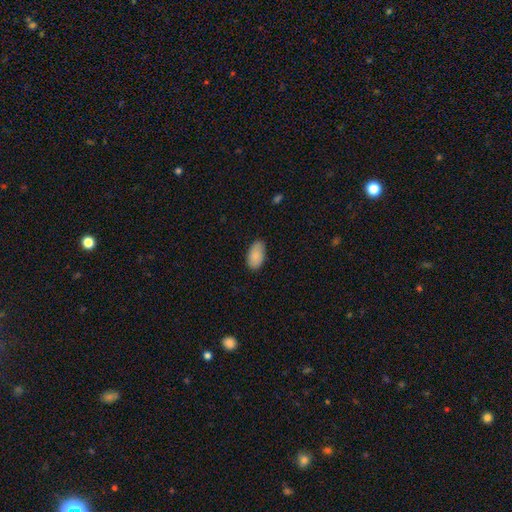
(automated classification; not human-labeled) Smooth or featured?
  - smooth: 88% *
  - star or artifact: 6%
  - featured or disk: 6%
How rounded?
  - in between: 95% *
  - round: 3%
  - cigar-shaped: 2%
Merging?
  - none: 79% *
  - minor disturbance: 17%
  - major disturbance: 3%
  - merger: 1%